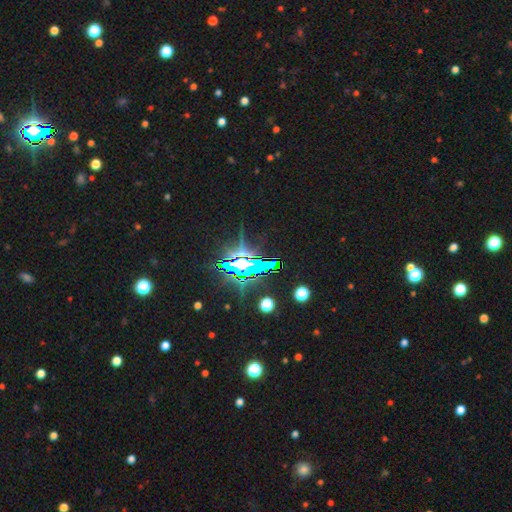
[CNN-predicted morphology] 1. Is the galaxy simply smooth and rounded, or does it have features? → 82% star or artifact, 9% smooth, 9% featured or disk.